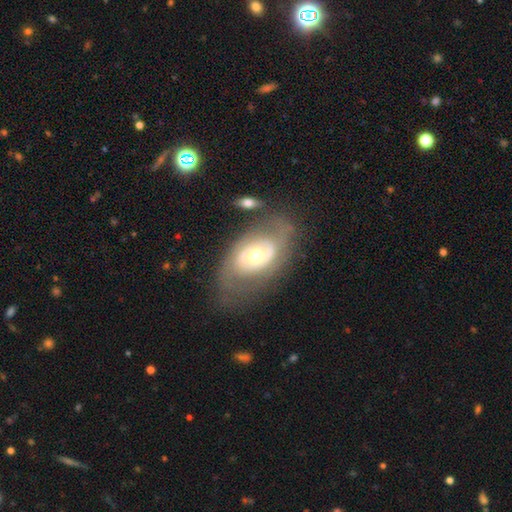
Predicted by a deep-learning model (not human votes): Overall: featured or disk (68%). Edge-on disk: no (92%). Bar: no (77%). Spiral arms: no (54%; yes 46%). Bulge size: moderate (65%). Merging: none (60%).